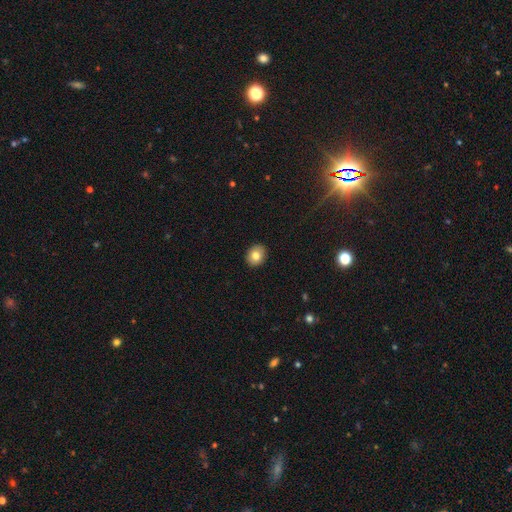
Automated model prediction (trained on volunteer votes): A smooth galaxy with no disk features (81%) that is round (58%).

Vote fractions:
- Smooth or featured? smooth: 81% / featured or disk: 10% / star or artifact: 9%
- How rounded? round: 58% / in between: 41% / cigar-shaped: 1%
- Merging? none: 91% / minor disturbance: 6% / major disturbance: 2% / merger: 1%